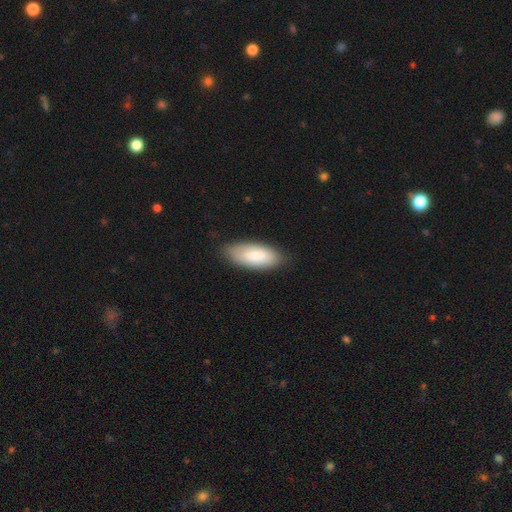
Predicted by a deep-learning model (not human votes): Morphology: type=smooth (76%); roundness=in between (85%); merging=none (82%).